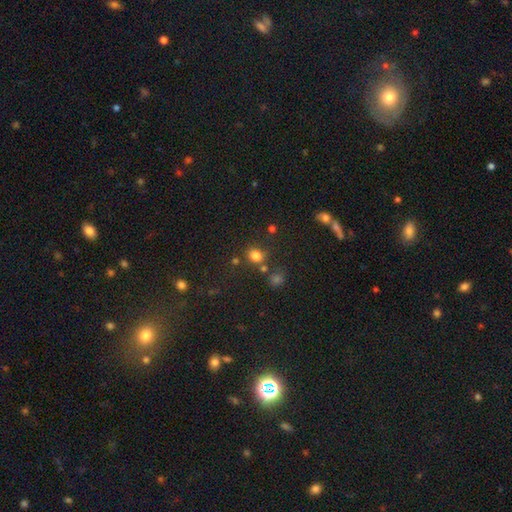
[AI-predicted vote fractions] Smooth or featured? Predicted: smooth (p=0.77). How rounded? Predicted: round (p=0.68). Merging? Predicted: none (p=0.69).